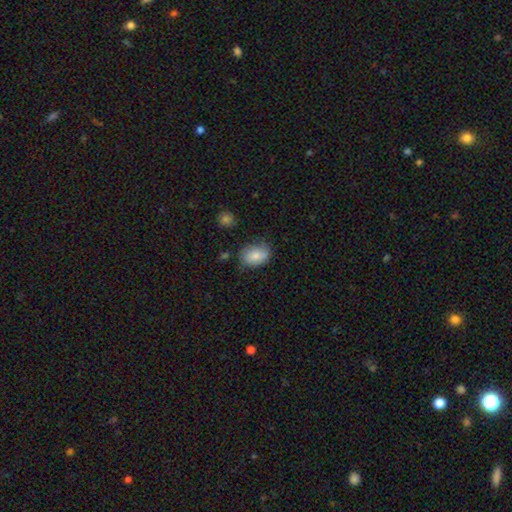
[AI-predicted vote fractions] Morphology: type=smooth (81%); roundness=in between (80%); merging=none (69%).